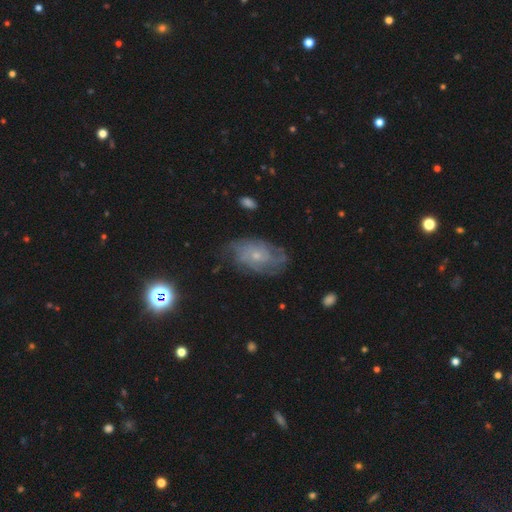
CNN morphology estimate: smooth_or_featured: featured or disk (p=0.74) [alt: smooth p=0.17]
disk_edge_on: no (p=0.96) [alt: yes p=0.04]
bar: no (p=0.77) [alt: weak p=0.20]
has_spiral_arms: yes (p=0.89) [alt: no p=0.11]
spiral_winding: tight (p=0.55) [alt: medium p=0.33]
spiral_arm_count: can't tell (p=0.48) [alt: 2 p=0.17]
bulge_size: small (p=0.74) [alt: moderate p=0.21]
merging: none (p=0.70) [alt: minor disturbance p=0.20]